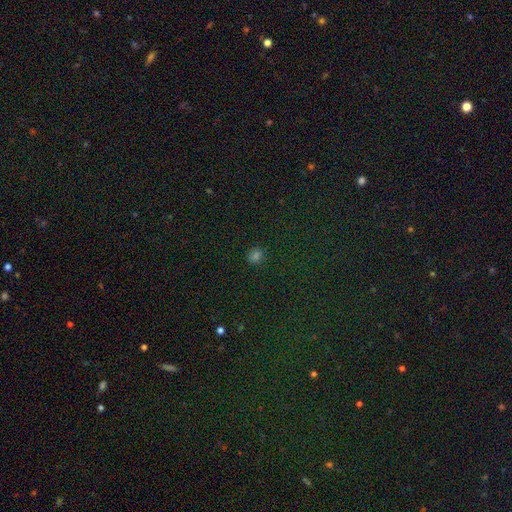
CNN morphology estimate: Overall: smooth (74%). How rounded: round (78%). Merging: none (88%).